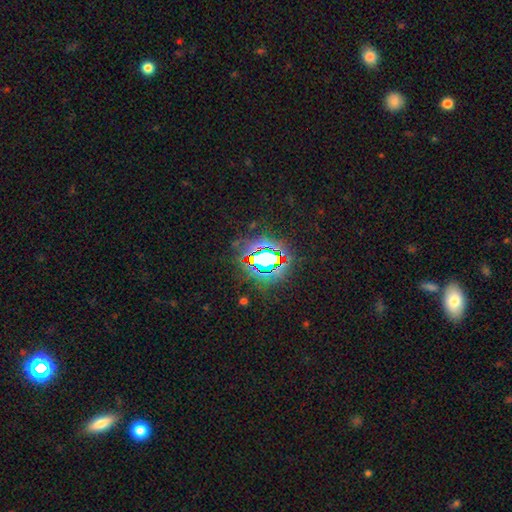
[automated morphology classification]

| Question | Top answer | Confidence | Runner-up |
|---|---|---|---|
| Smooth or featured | star or artifact | 80% | smooth (12%) |